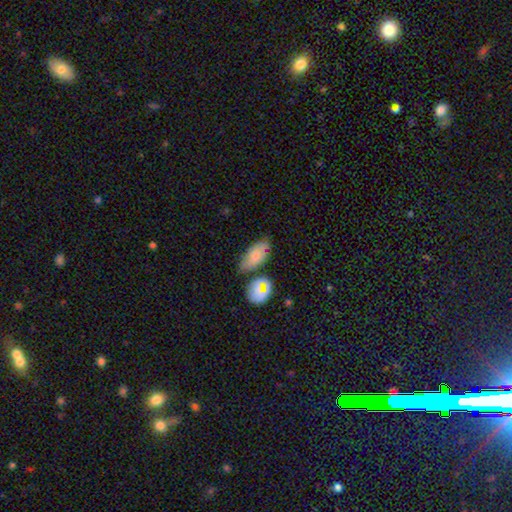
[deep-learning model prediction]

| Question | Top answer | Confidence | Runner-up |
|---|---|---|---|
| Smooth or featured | smooth | 67% | featured or disk (25%) |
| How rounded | in between | 89% | round (7%) |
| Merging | none | 48% | minor disturbance (27%) |